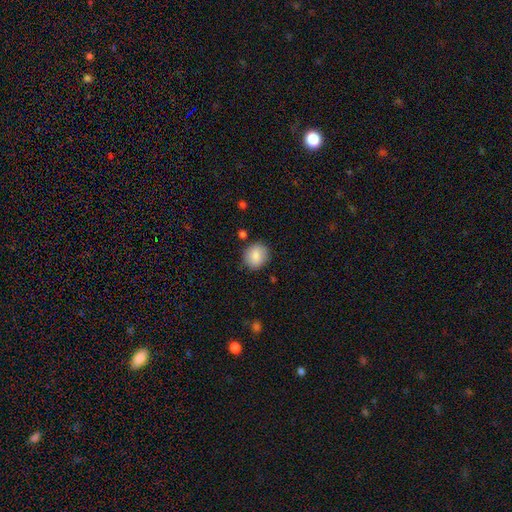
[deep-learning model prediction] Q: Smooth or featured?
A: smooth (86%); runner-up: star or artifact (8%)
Q: How rounded?
A: round (80%); runner-up: in between (19%)
Q: Merging?
A: none (85%); runner-up: minor disturbance (10%)